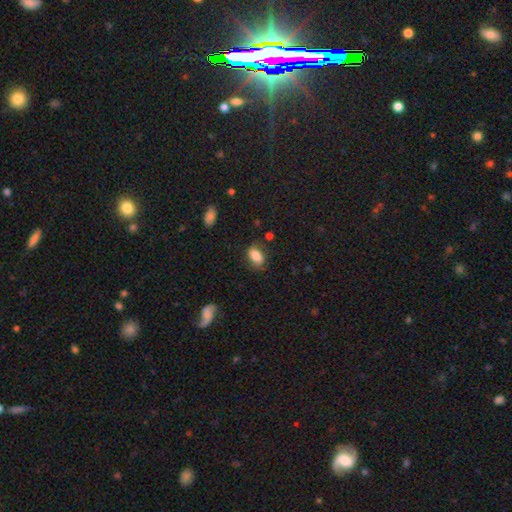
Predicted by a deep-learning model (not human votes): A smooth galaxy with no disk features (77%) that is in between round and cigar-shaped (87%).

Vote fractions:
- Smooth or featured? smooth: 77% / featured or disk: 15% / star or artifact: 8%
- How rounded? in between: 87% / round: 8% / cigar-shaped: 5%
- Merging? none: 71% / minor disturbance: 21% / major disturbance: 6% / merger: 2%